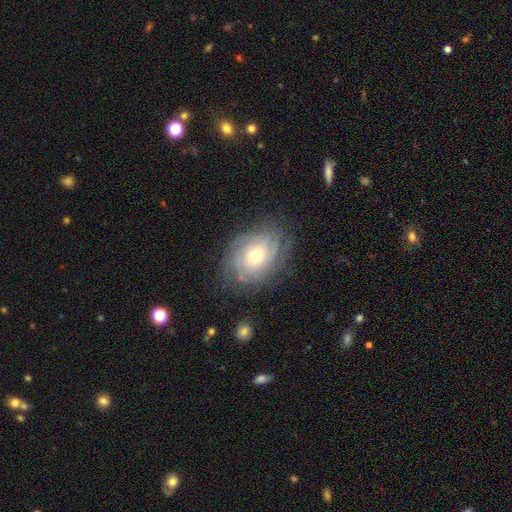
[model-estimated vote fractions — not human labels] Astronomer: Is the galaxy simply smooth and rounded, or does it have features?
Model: featured or disk — 74%.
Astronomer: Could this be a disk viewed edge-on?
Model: no — 96%.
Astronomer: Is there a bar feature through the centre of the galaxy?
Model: no — 79%.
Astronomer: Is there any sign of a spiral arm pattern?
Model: yes — 92%.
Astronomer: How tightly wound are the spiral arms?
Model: tight — 72%.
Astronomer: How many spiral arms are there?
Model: can't tell — 45%.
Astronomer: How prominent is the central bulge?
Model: small — 48% (runner-up: moderate, 46%).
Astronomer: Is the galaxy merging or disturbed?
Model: none — 75%.